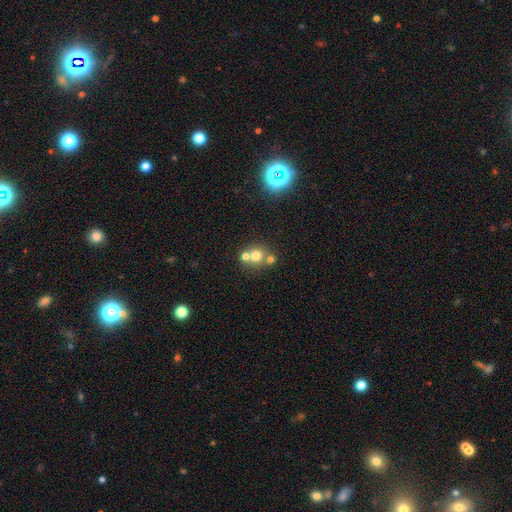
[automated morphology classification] This appears to be a smooth galaxy with no disk features (67%) that is round (86%). Merging: none (47%).